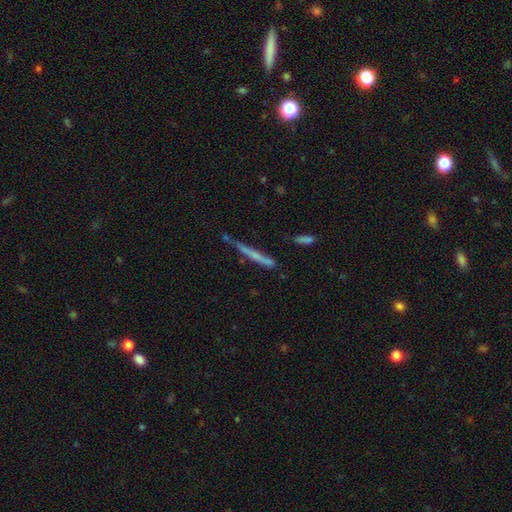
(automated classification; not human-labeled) smooth_or_featured: smooth (p=0.47) [alt: featured or disk p=0.44]
merging: none (p=0.65) [alt: minor disturbance p=0.22]